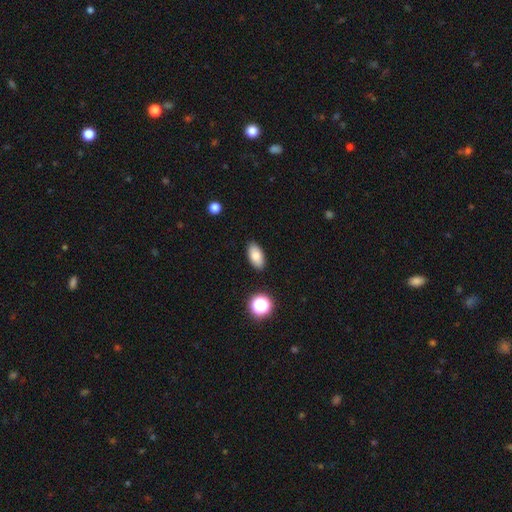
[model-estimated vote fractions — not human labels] Smooth or featured?
  - smooth: 79% *
  - featured or disk: 11%
  - star or artifact: 9%
How rounded?
  - in between: 91% *
  - cigar-shaped: 5%
  - round: 5%
Merging?
  - none: 88% *
  - minor disturbance: 8%
  - major disturbance: 2%
  - merger: 2%